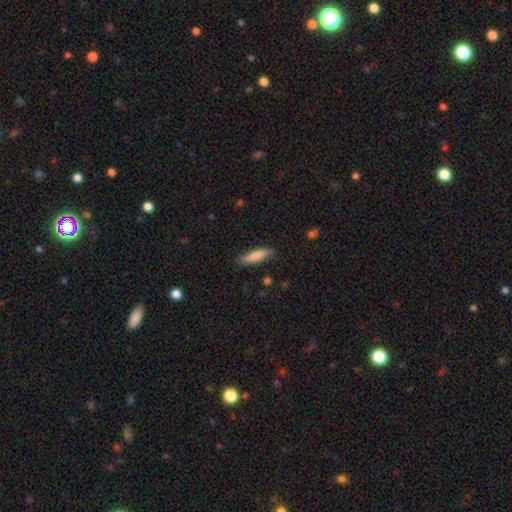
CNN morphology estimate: Smooth or featured? smooth (83%)
How rounded? cigar-shaped (64%)
Merging? none (81%)